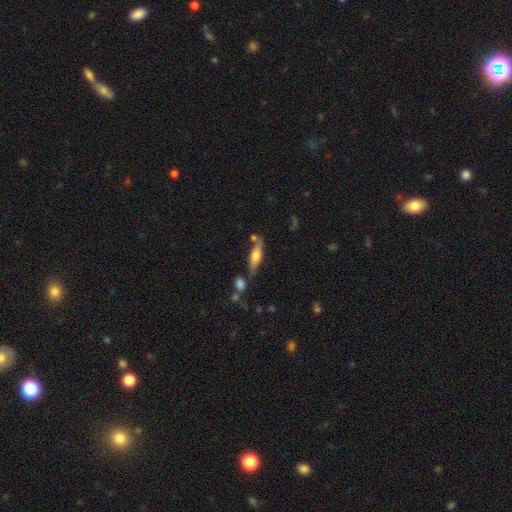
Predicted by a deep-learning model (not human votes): A smooth galaxy with no disk features (57%) that is cigar-shaped (55%).

Vote fractions:
- Smooth or featured? smooth: 57% / featured or disk: 36% / star or artifact: 7%
- How rounded? cigar-shaped: 55% / in between: 42% / round: 3%
- Merging? none: 66% / minor disturbance: 16% / merger: 13% / major disturbance: 5%